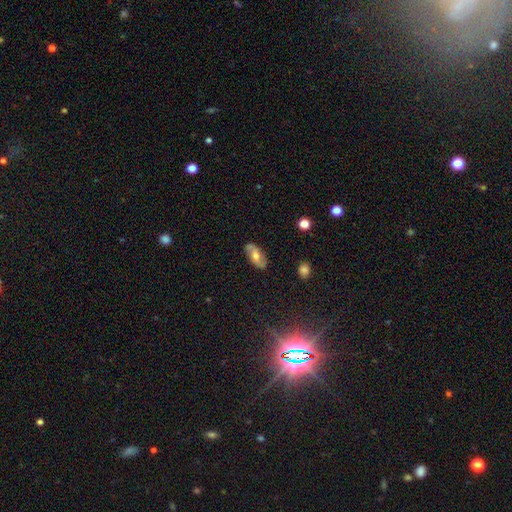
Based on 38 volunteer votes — Smooth or featured? featured or disk (66%)
Edge-on disk? no (92%)
Bar? weak (43%)
Spiral arms? yes (87%)
Spiral winding? medium (50%)
Spiral arm count? 2 (90%)
Bulge size? moderate (78%)
Merging? none (89%)